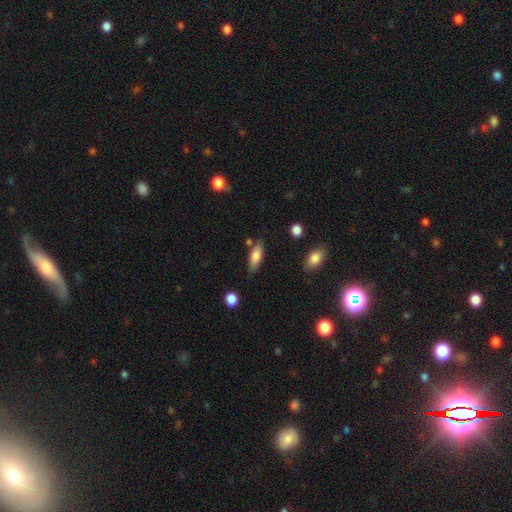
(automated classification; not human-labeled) The model was most divided on "how rounded": in between: 66%, cigar-shaped: 31%, round: 2%. More confident: smooth or featured — smooth (79%); merging — none (75%).